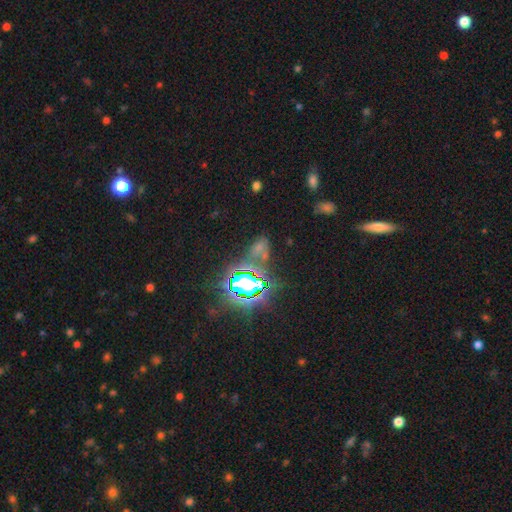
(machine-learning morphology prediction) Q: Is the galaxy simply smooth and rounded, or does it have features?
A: star or artifact — 76%.